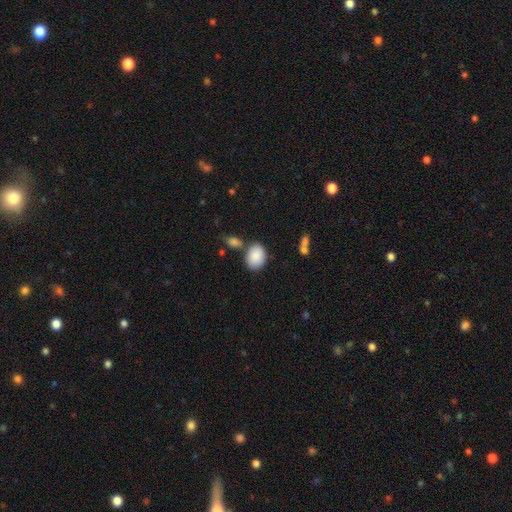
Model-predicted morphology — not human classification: The model was most divided on "merging": none: 64%, merger: 17%, minor disturbance: 15%, major disturbance: 4%. More confident: smooth or featured — smooth (87%); how rounded — in between (77%).